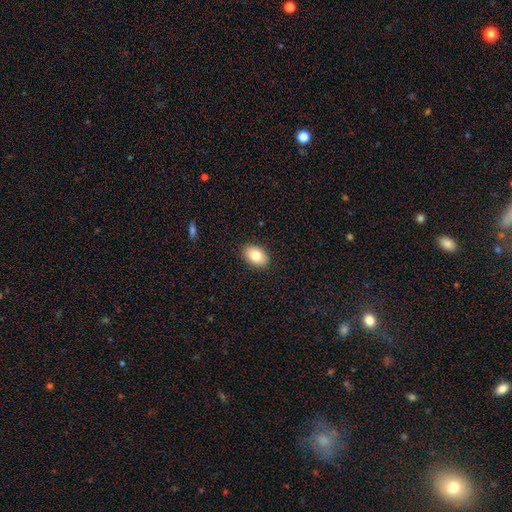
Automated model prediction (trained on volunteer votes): smooth 82%, featured or disk 11%, star or artifact 7%. Down the decision tree: how rounded — in between (85%); merging — none (89%).